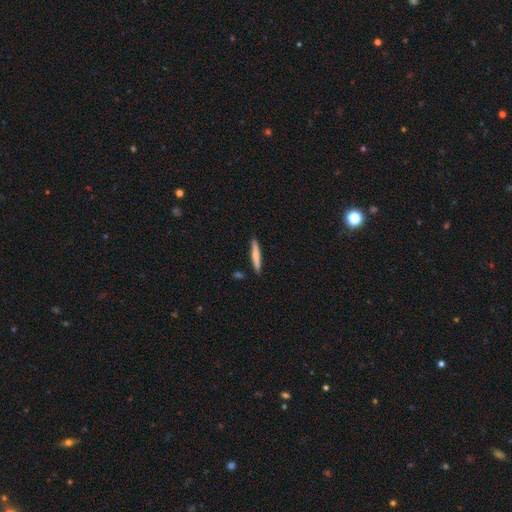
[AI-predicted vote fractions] Smooth or featured? Predicted: smooth (p=0.69). How rounded? Predicted: cigar-shaped (p=0.93). Merging? Predicted: none (p=0.88).